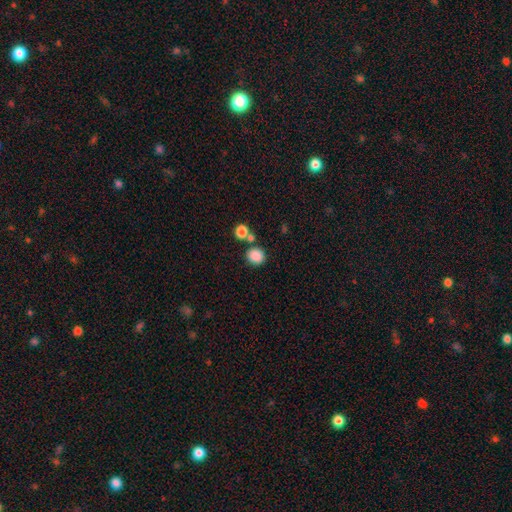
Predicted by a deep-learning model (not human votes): Morphology: type=smooth (86%); roundness=round (85%); merging=none (76%).